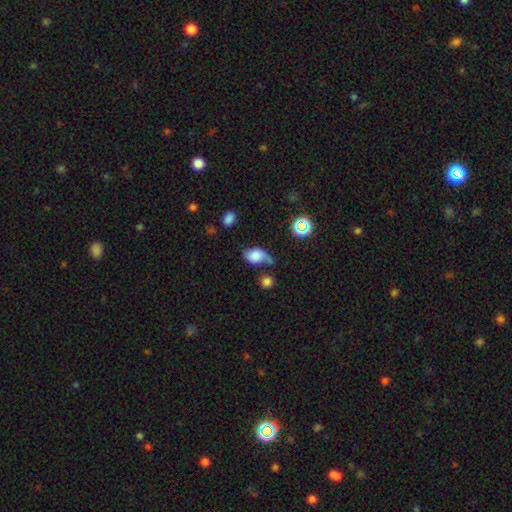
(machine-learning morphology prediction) smooth 70%, featured or disk 19%, star or artifact 11%. Down the decision tree: how rounded — in between (76%); merging — none (35%).